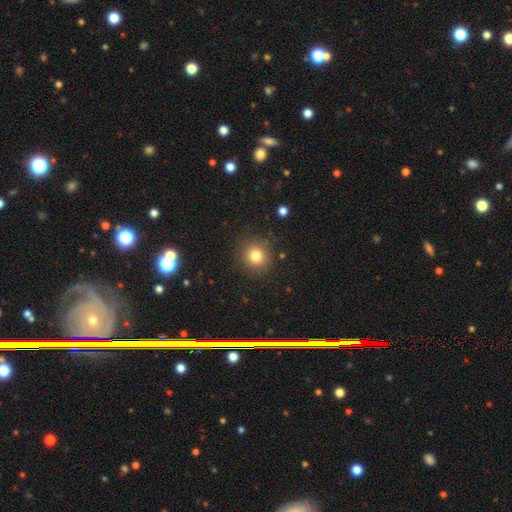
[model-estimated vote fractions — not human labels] A smooth galaxy with no disk features (80%) that is round (90%). Merging: none (88%).